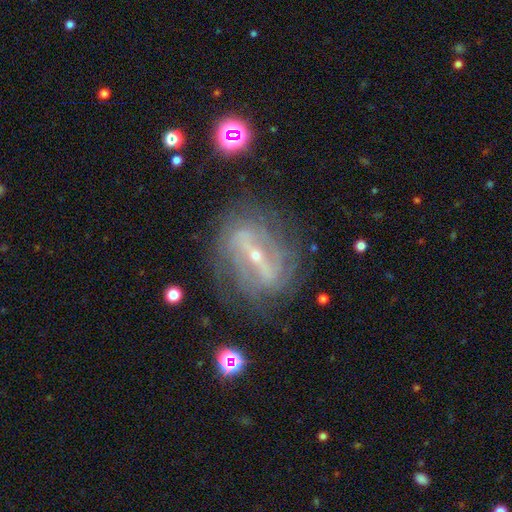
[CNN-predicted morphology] Smooth or featured?
  - featured or disk: 84% *
  - star or artifact: 8%
  - smooth: 8%
Edge-on disk?
  - no: 89% *
  - yes: 11%
Bar?
  - strong: 69% *
  - weak: 21%
  - no: 9%
Spiral arms?
  - yes: 76% *
  - no: 24%
Spiral winding?
  - tight: 46% *
  - medium: 36%
  - loose: 18%
Spiral arm count?
  - can't tell: 39% *
  - 2: 36%
  - 3: 9%
  - 4: 7%
  - more than 4: 4%
  - 1: 4%
Bulge size?
  - small: 76% *
  - moderate: 20%
  - large: 1%
  - none: 1%
  - dominant: 1%
Merging?
  - none: 70% *
  - minor disturbance: 17%
  - major disturbance: 11%
  - merger: 2%